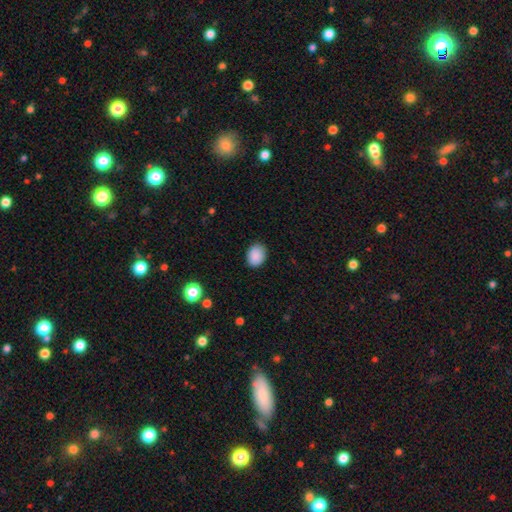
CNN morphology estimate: This is clearly a smooth galaxy (89%). How rounded: likely in between (61%). Merging: clearly none (86%).